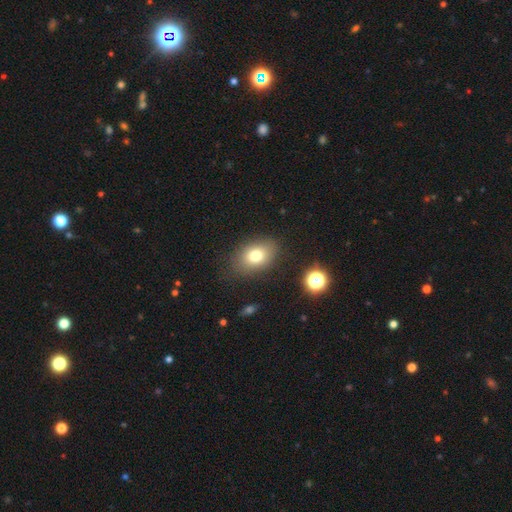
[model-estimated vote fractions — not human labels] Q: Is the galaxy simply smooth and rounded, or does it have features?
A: smooth — 77%.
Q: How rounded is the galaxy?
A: in between — 76%.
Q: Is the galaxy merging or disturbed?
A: none — 82%.